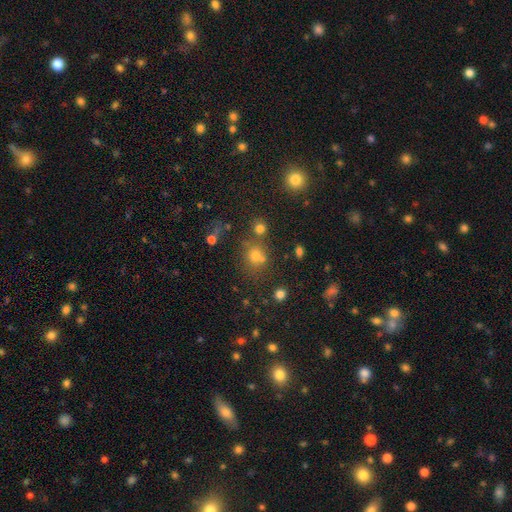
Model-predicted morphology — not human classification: This appears to be a smooth galaxy with no disk features (64%) that is round (81%). Merging: none (63%).